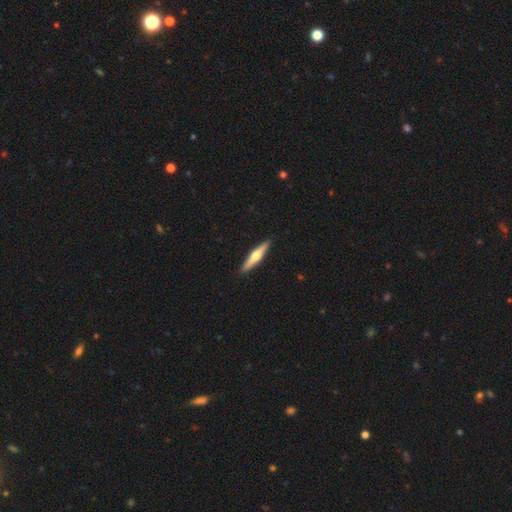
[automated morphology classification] Q: Smooth or featured?
A: featured or disk (57%); runner-up: smooth (38%)
Q: Edge-on disk?
A: yes (97%); runner-up: no (3%)
Q: Edge-on bulge?
A: rounded (91%); runner-up: boxy (5%)
Q: Merging?
A: none (91%); runner-up: minor disturbance (6%)